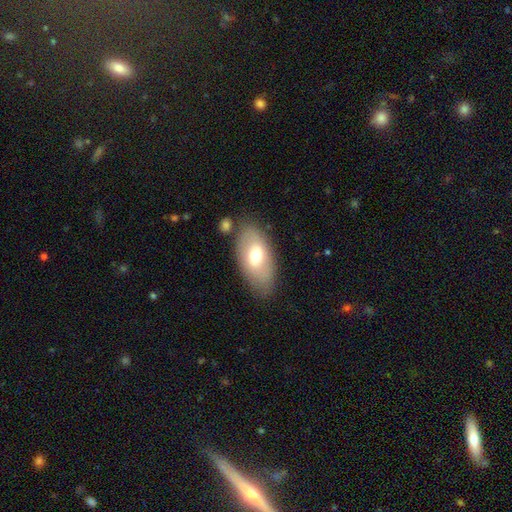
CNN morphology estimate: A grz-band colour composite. It shows a smooth galaxy with no disk features (62%) that is in between round and cigar-shaped (93%). Merging: none (75%).